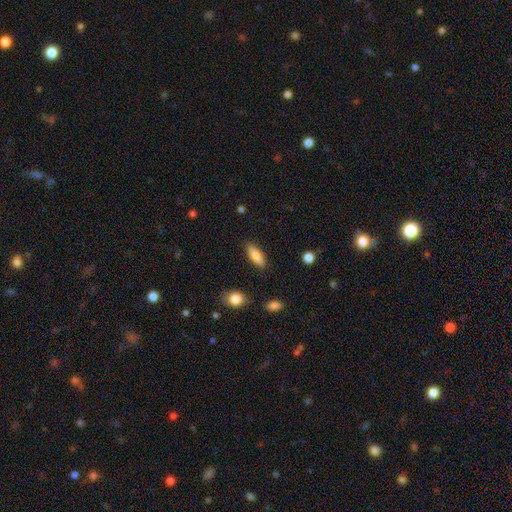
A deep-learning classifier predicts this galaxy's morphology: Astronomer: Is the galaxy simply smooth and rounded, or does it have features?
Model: smooth — 83%.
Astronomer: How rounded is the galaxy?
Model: in between — 59% (runner-up: cigar-shaped, 39%).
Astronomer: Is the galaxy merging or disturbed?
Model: none — 86%.